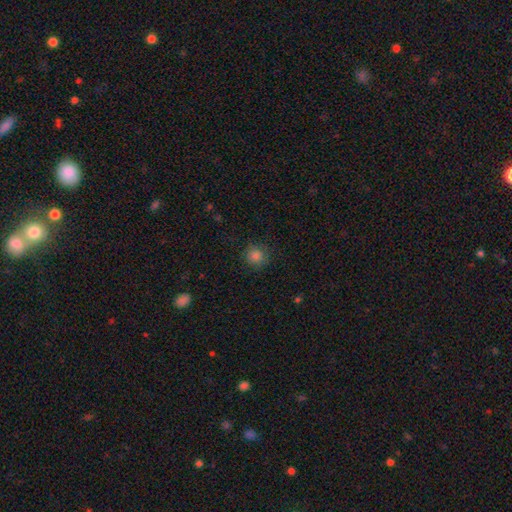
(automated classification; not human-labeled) This appears to be a smooth galaxy with no disk features (83%) that is round (92%). Merging: none (87%).